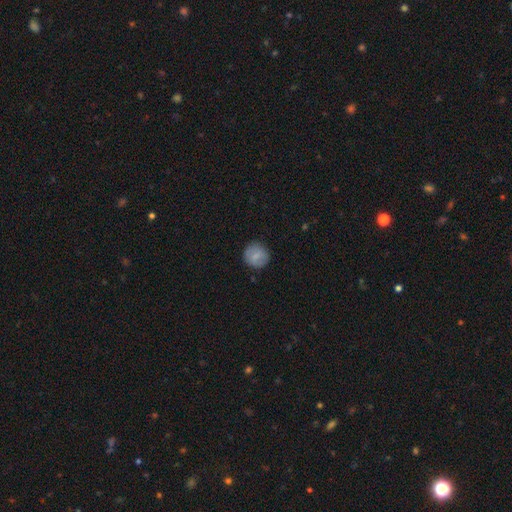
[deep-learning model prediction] This is likely a smooth galaxy (79%). How rounded: clearly round (90%). Merging: clearly none (87%).